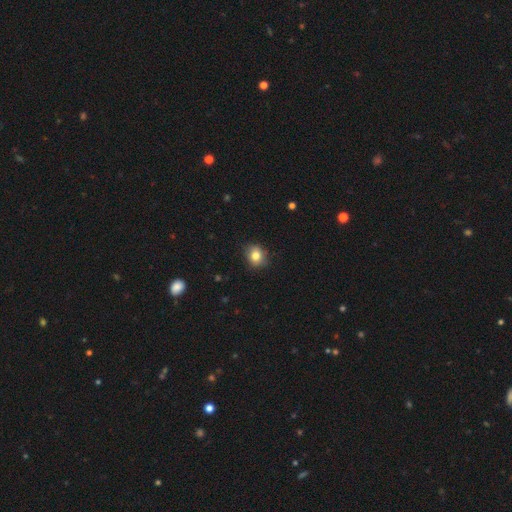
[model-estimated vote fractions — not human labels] Smooth or featured?
  - smooth: 81% *
  - star or artifact: 10%
  - featured or disk: 9%
How rounded?
  - round: 69% *
  - in between: 30%
  - cigar-shaped: 1%
Merging?
  - none: 83% *
  - minor disturbance: 14%
  - major disturbance: 3%
  - merger: 1%